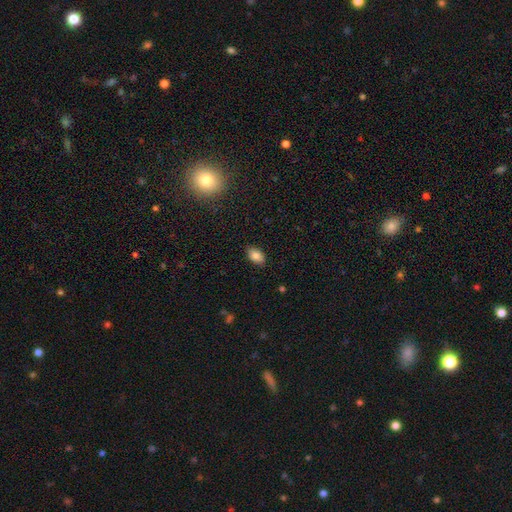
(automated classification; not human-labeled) Overall: smooth (83%). How rounded: in between (89%). Merging: none (87%).